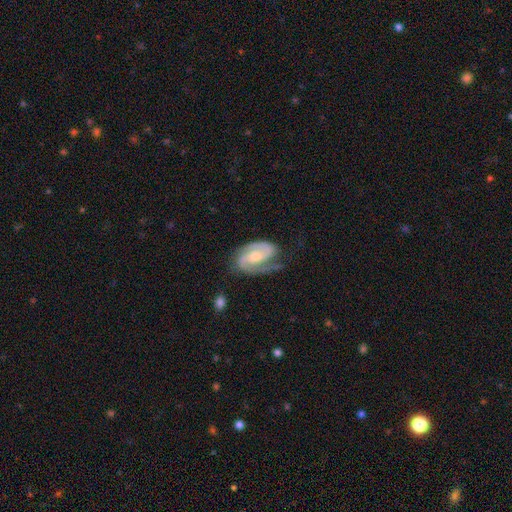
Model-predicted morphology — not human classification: Q: Smooth or featured?
A: featured or disk (89%); runner-up: smooth (7%)
Q: Edge-on disk?
A: no (97%); runner-up: yes (3%)
Q: Bar?
A: no (46%); runner-up: weak (39%)
Q: Spiral arms?
A: yes (98%); runner-up: no (2%)
Q: Spiral winding?
A: medium (49%); runner-up: tight (38%)
Q: Spiral arm count?
A: 2 (89%); runner-up: 1 (3%)
Q: Bulge size?
A: moderate (56%); runner-up: small (37%)
Q: Merging?
A: none (67%); runner-up: minor disturbance (22%)